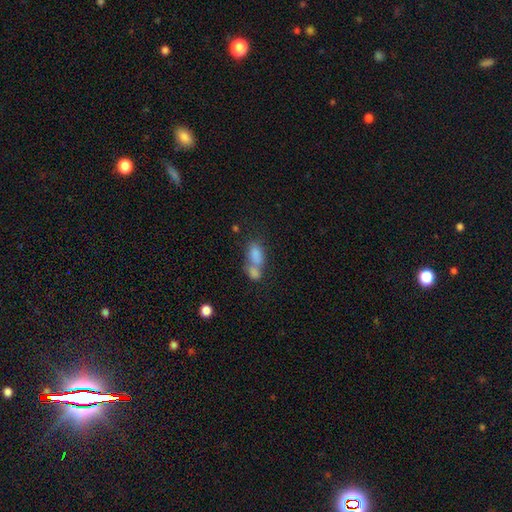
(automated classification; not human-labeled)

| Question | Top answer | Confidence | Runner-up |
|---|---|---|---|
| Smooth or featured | smooth | 78% | featured or disk (12%) |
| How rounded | in between | 86% | round (9%) |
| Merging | merger | 65% | none (21%) |